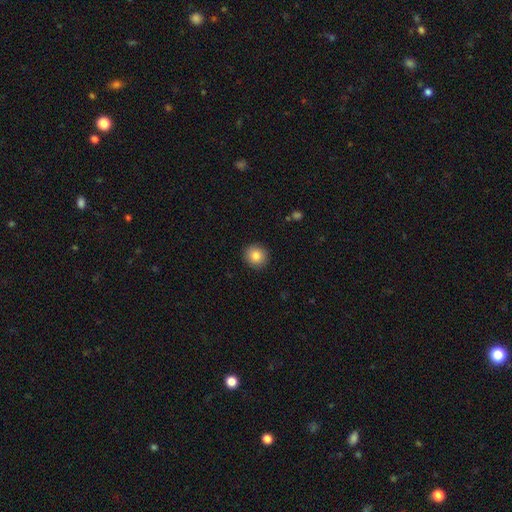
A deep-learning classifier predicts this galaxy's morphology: This appears to be a smooth galaxy with no disk features (84%) that is round (91%). Merging: none (92%).